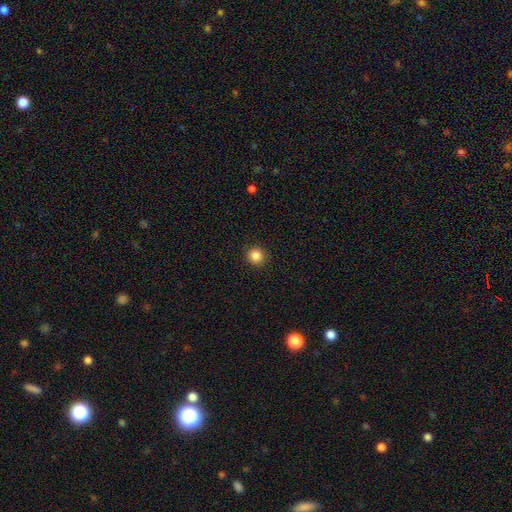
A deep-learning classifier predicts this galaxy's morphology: A smooth galaxy with no disk features (85%) that is round (92%). Merging: none (92%).